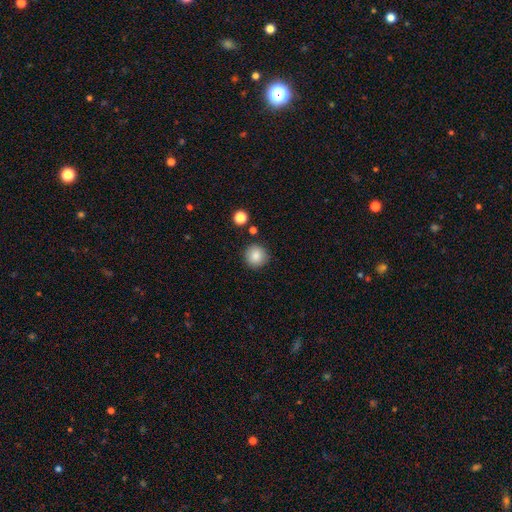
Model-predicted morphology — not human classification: A smooth galaxy with no disk features (86%) that is round (94%).

Vote fractions:
- Smooth or featured? smooth: 86% / star or artifact: 9% / featured or disk: 5%
- How rounded? round: 94% / in between: 6% / cigar-shaped: 1%
- Merging? none: 89% / minor disturbance: 7% / merger: 2% / major disturbance: 2%